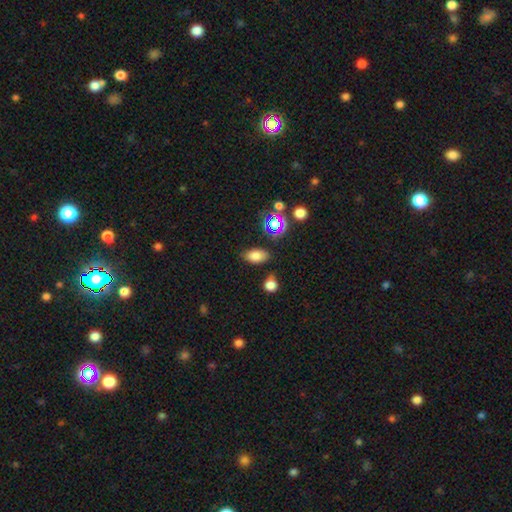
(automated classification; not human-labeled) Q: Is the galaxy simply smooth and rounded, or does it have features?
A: smooth — 76%.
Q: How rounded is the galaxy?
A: in between — 89%.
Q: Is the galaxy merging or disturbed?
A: none — 79%.